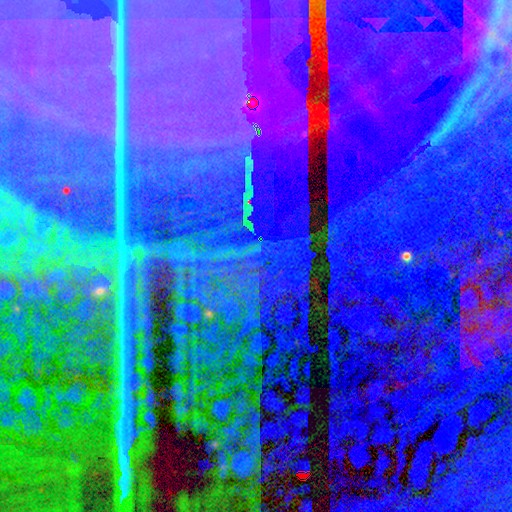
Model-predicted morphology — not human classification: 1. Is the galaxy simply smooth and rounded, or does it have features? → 89% star or artifact, 6% featured or disk, 5% smooth.